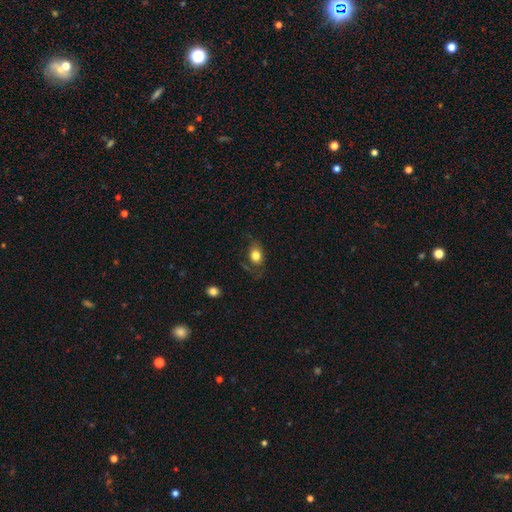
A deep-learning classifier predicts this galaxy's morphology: Smooth or featured?
  - smooth: 79% *
  - featured or disk: 12%
  - star or artifact: 9%
How rounded?
  - in between: 65% *
  - round: 33%
  - cigar-shaped: 2%
Merging?
  - none: 63% *
  - minor disturbance: 23%
  - major disturbance: 12%
  - merger: 2%